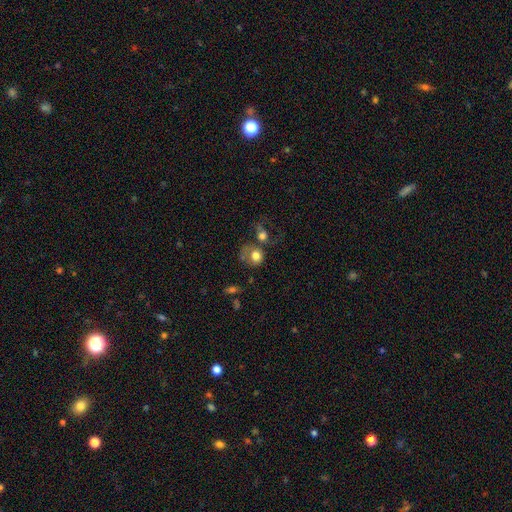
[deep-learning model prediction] smooth_or_featured: smooth (p=0.71) [alt: featured or disk p=0.19]
how_rounded: round (p=0.75) [alt: in between p=0.24]
merging: merger (p=0.34) [alt: none p=0.31]